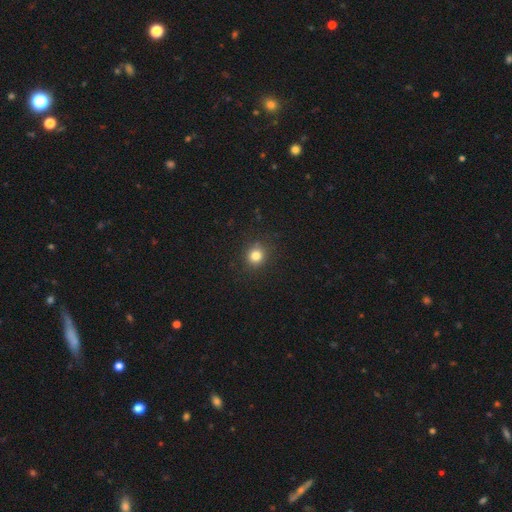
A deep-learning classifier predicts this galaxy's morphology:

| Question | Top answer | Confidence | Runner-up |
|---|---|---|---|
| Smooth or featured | smooth | 82% | star or artifact (13%) |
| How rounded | round | 88% | in between (11%) |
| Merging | none | 90% | minor disturbance (7%) |